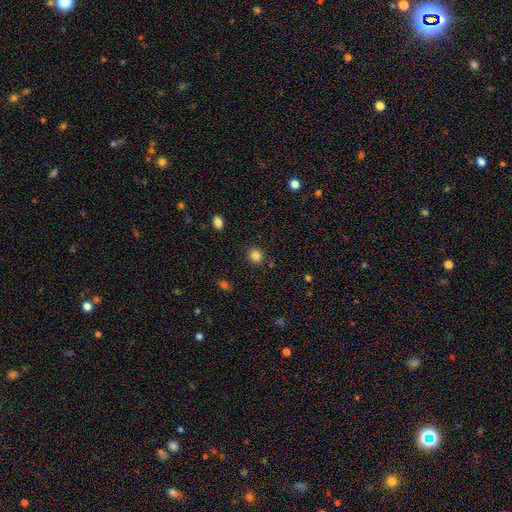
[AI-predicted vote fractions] Morphology: type=smooth (85%); roundness=round (81%); merging=none (88%).